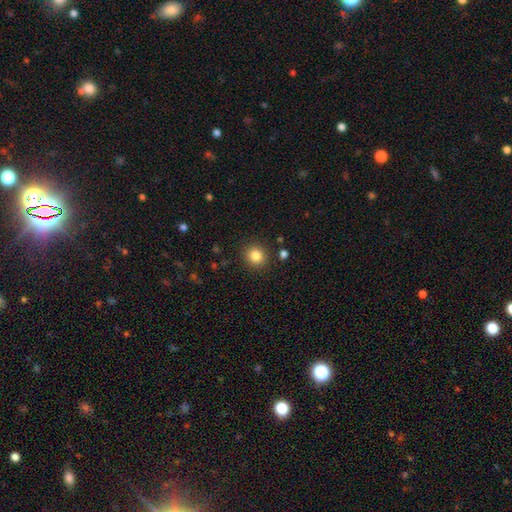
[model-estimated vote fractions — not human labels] smooth 84%, star or artifact 11%, featured or disk 5%. Down the decision tree: how rounded — round (86%); merging — none (89%).